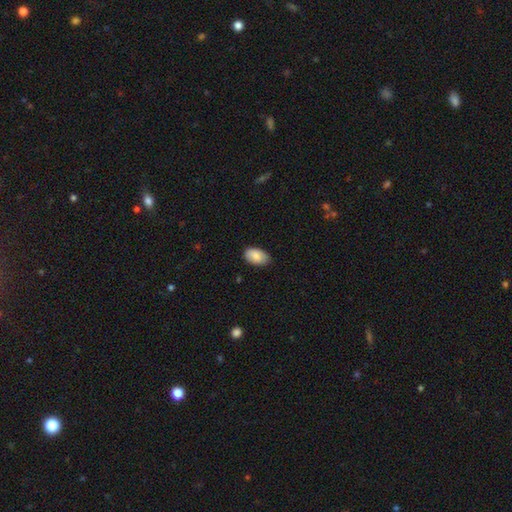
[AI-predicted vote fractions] Smooth or featured: smooth — 84% (featured or disk — 9%)
How rounded: in between — 94% (round — 5%)
Merging: none — 80% (minor disturbance — 17%)